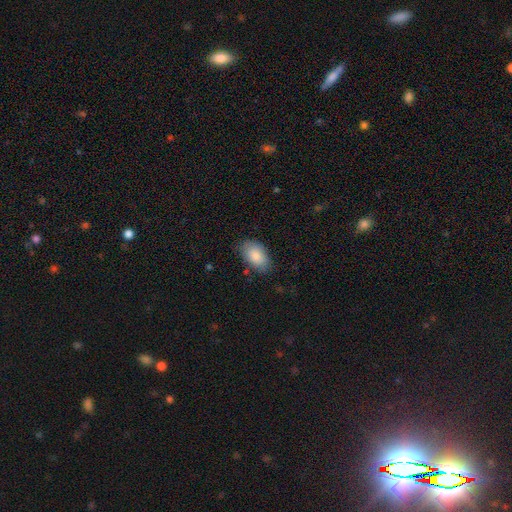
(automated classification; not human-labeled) smooth-or-featured: smooth: 87% | featured or disk: 7% | star or artifact: 6%
  how-rounded: in between: 93% | round: 5% | cigar-shaped: 1%
  merging: none: 81% | minor disturbance: 15% | major disturbance: 3% | merger: 1%